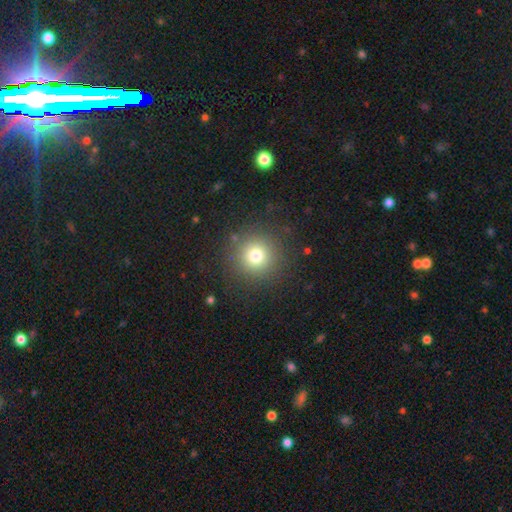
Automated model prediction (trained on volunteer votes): smooth 75%, star or artifact 15%, featured or disk 9%. Down the decision tree: how rounded — round (95%); merging — none (88%).